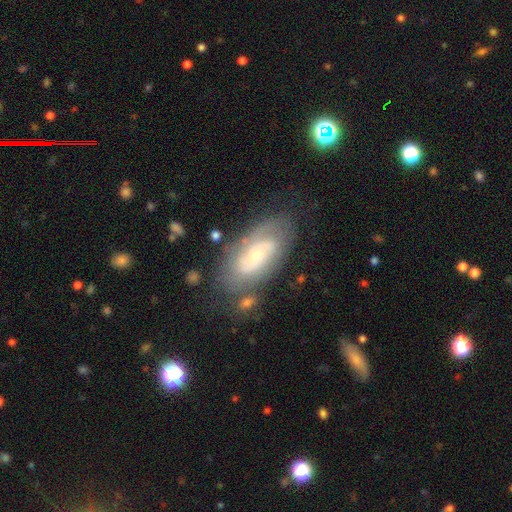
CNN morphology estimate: Overall: featured or disk (70%). Edge-on disk: no (93%). Bar: no (63%; weak 31%). Spiral arms: yes (86%). Spiral arm count: 2 (41%; can't tell 40%). Spiral winding: tight (54%; medium 33%). Bulge size: small (62%; moderate 31%). Merging: none (65%).